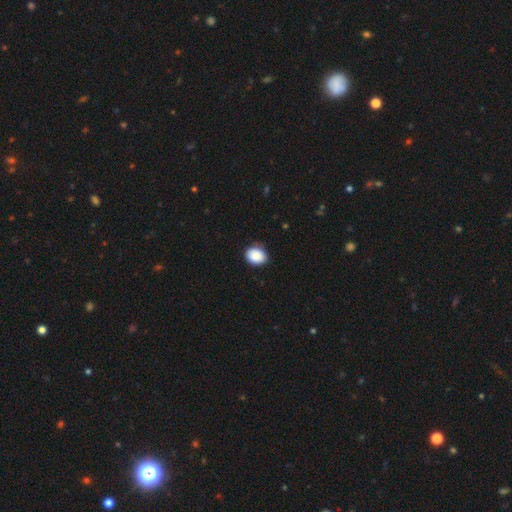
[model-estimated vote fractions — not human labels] Smooth or featured? Predicted: smooth (p=0.87). How rounded? Predicted: in between (p=0.57). Merging? Predicted: none (p=0.80).